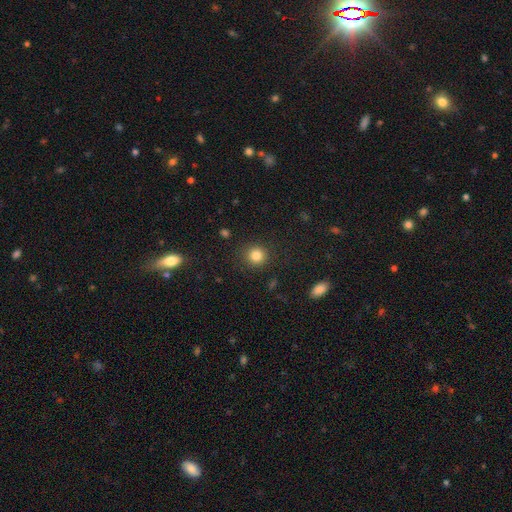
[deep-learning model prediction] A smooth galaxy with no disk features (83%) that is round (91%).

Vote fractions:
- Smooth or featured? smooth: 83% / star or artifact: 12% / featured or disk: 5%
- How rounded? round: 91% / in between: 8% / cigar-shaped: 1%
- Merging? none: 89% / minor disturbance: 7% / major disturbance: 3% / merger: 1%